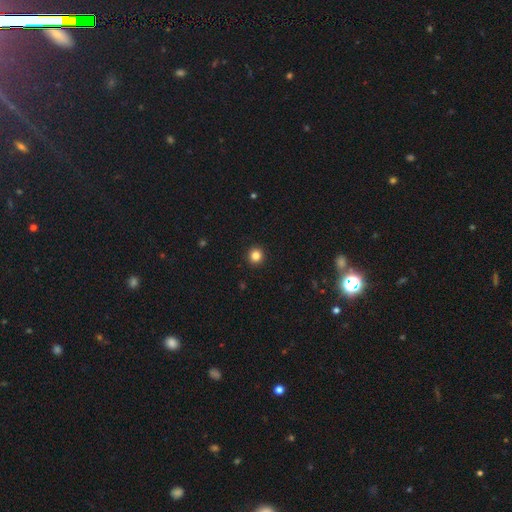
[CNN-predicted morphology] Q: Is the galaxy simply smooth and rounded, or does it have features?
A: smooth — 84%.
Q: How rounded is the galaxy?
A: round — 94%.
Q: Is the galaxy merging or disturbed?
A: none — 94%.